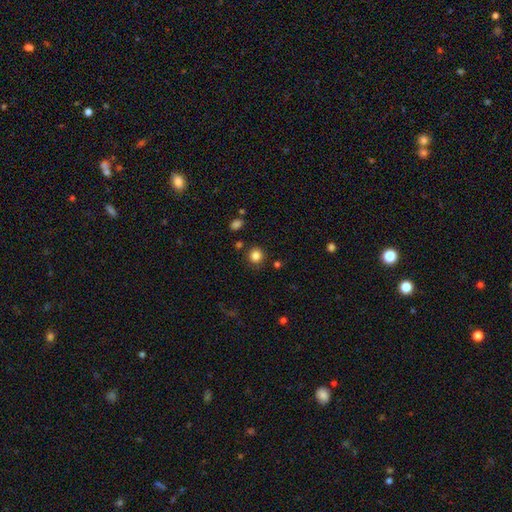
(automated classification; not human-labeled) Q: Smooth or featured?
A: smooth (84%); runner-up: star or artifact (12%)
Q: How rounded?
A: round (92%); runner-up: in between (7%)
Q: Merging?
A: none (88%); runner-up: minor disturbance (7%)